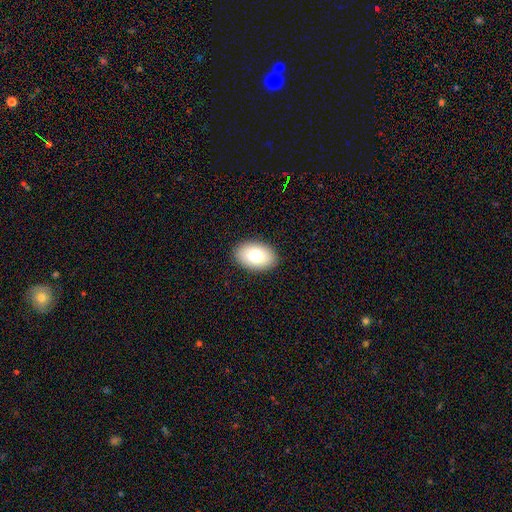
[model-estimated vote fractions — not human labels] The model was most divided on "smooth or featured": smooth: 78%, featured or disk: 14%, star or artifact: 8%. More confident: merging — none (90%); how rounded — in between (89%).